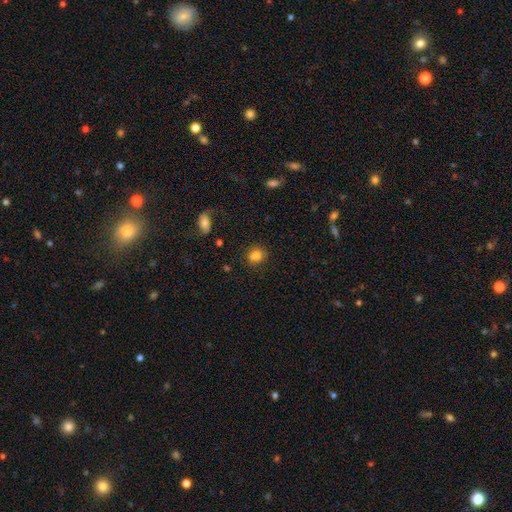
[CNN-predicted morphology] A smooth galaxy with no disk features (82%) that is round (65%).

Vote fractions:
- Smooth or featured? smooth: 82% / star or artifact: 11% / featured or disk: 7%
- How rounded? round: 65% / in between: 33% / cigar-shaped: 1%
- Merging? none: 77% / minor disturbance: 13% / merger: 6% / major disturbance: 4%